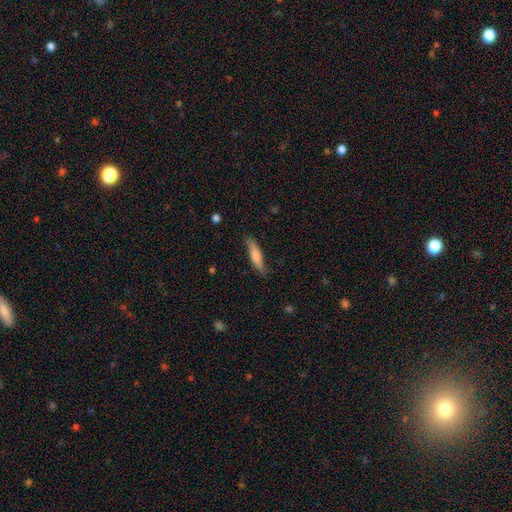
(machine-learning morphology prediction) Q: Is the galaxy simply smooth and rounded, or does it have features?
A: smooth — 66%.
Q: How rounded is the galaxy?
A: cigar-shaped — 80%.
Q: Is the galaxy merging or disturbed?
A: none — 79%.